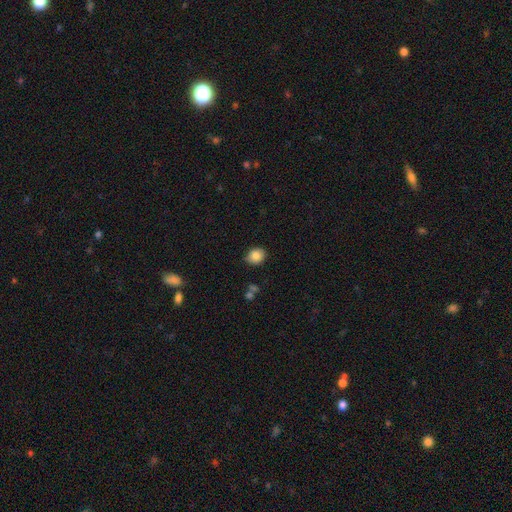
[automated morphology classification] Smooth or featured?
  - smooth: 84% *
  - star or artifact: 9%
  - featured or disk: 7%
How rounded?
  - round: 55% *
  - in between: 44%
  - cigar-shaped: 1%
Merging?
  - none: 82% *
  - minor disturbance: 14%
  - major disturbance: 3%
  - merger: 2%